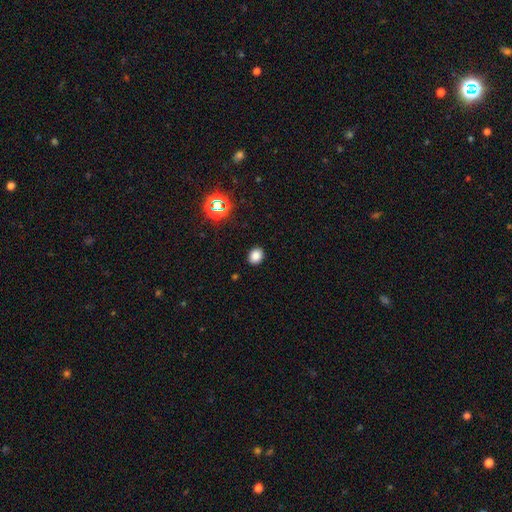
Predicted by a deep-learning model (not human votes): The model was most divided on "how rounded": in between: 52%, round: 47%, cigar-shaped: 1%. More confident: merging — none (90%); smooth or featured — smooth (81%).